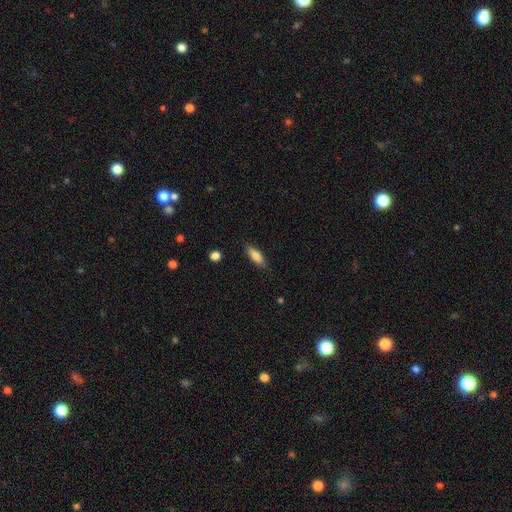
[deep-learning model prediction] Q: Smooth or featured?
A: smooth (81%); runner-up: featured or disk (13%)
Q: How rounded?
A: in between (62%); runner-up: cigar-shaped (36%)
Q: Merging?
A: none (83%); runner-up: minor disturbance (13%)